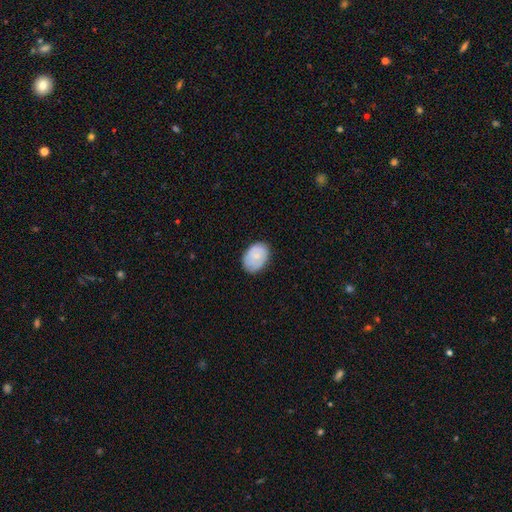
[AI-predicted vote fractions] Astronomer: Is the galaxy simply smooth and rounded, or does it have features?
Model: smooth — 70%.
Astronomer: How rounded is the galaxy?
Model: in between — 77%.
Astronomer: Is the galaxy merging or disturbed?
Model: none — 80%.